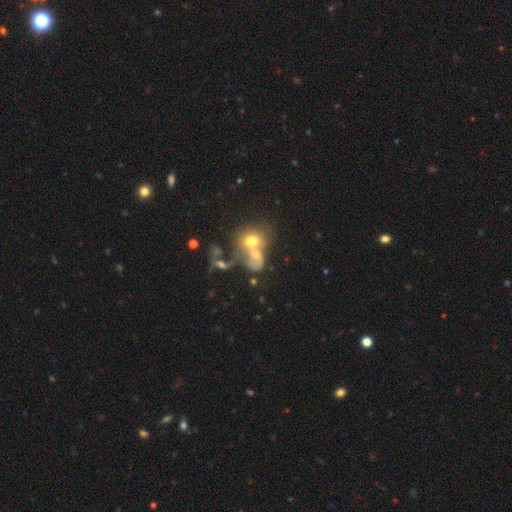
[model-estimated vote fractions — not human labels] Smooth or featured: smooth — 53% (featured or disk — 33%)
How rounded: in between — 51% (round — 47%)
Merging: merger — 73% (none — 13%)